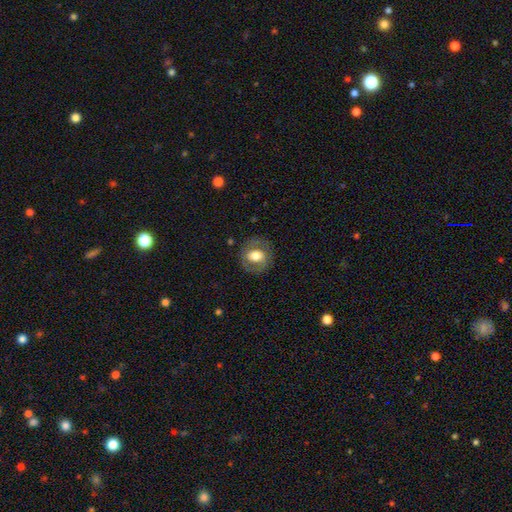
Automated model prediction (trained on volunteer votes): A featured or disk galaxy (47%).

Vote fractions:
- Smooth or featured? featured or disk: 47% / smooth: 45% / star or artifact: 8%
- Merging? none: 80% / minor disturbance: 13% / major disturbance: 7% / merger: 1%